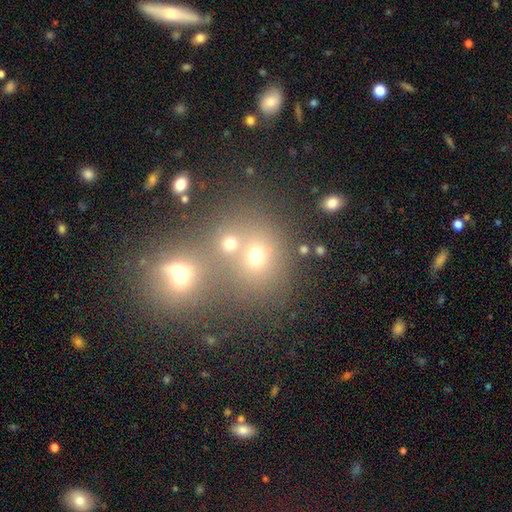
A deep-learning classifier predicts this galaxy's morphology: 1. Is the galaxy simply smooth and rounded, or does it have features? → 62% smooth, 23% star or artifact, 15% featured or disk.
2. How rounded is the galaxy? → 75% round, 24% in between, 1% cigar-shaped.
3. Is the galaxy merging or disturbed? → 50% merger, 40% none, 7% minor disturbance, 4% major disturbance.